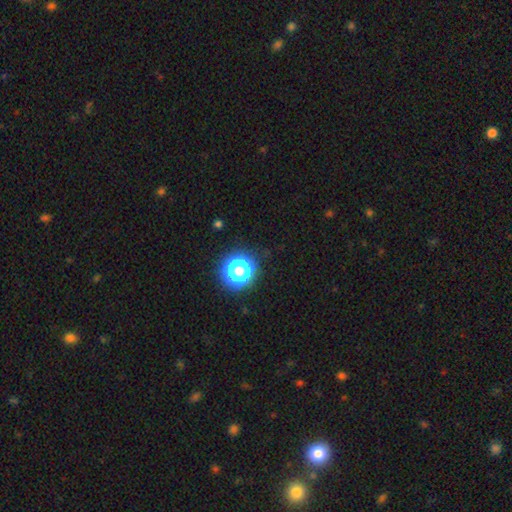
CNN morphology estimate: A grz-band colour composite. It shows a star or artifact, not a galaxy (74%).